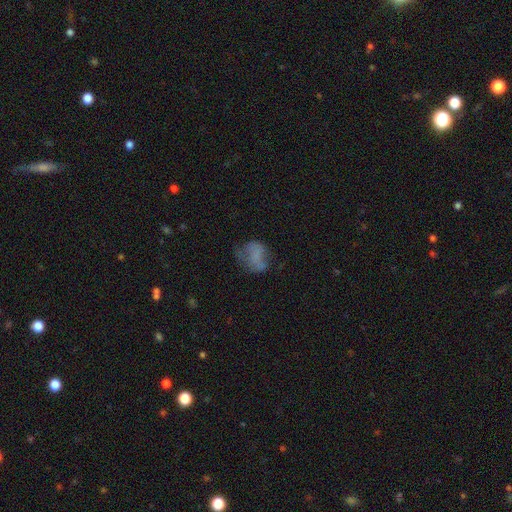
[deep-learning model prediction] Smooth or featured?
  - smooth: 53% *
  - featured or disk: 34%
  - star or artifact: 13%
How rounded?
  - in between: 58% *
  - round: 40%
  - cigar-shaped: 2%
Merging?
  - none: 42% *
  - major disturbance: 27%
  - minor disturbance: 27%
  - merger: 4%